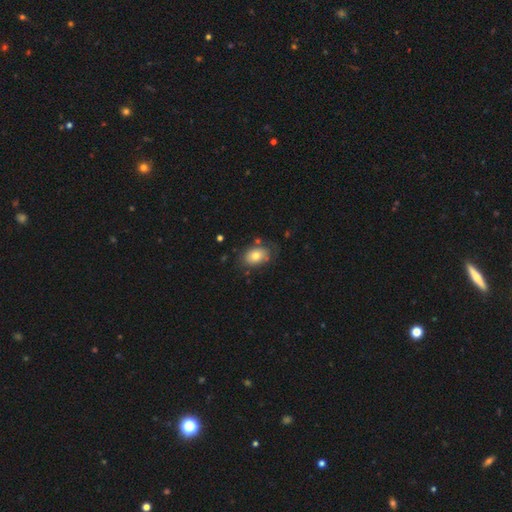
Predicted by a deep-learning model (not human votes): A smooth galaxy with no disk features (75%) that is in between round and cigar-shaped (80%). Merging: none (70%).